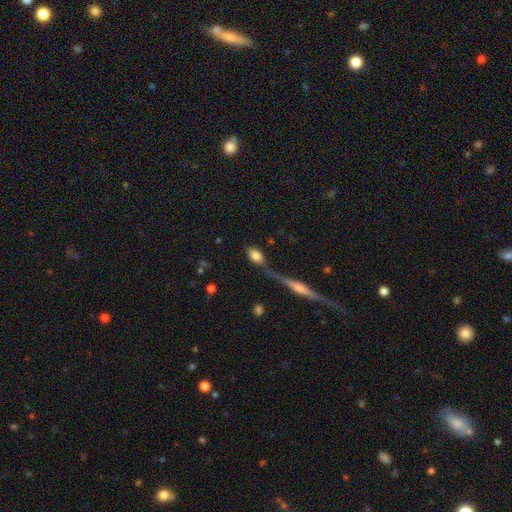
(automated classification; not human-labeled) The model was most divided on "merging": none: 54%, merger: 23%, minor disturbance: 16%, major disturbance: 8%. More confident: how rounded — in between (84%); smooth or featured — smooth (79%).